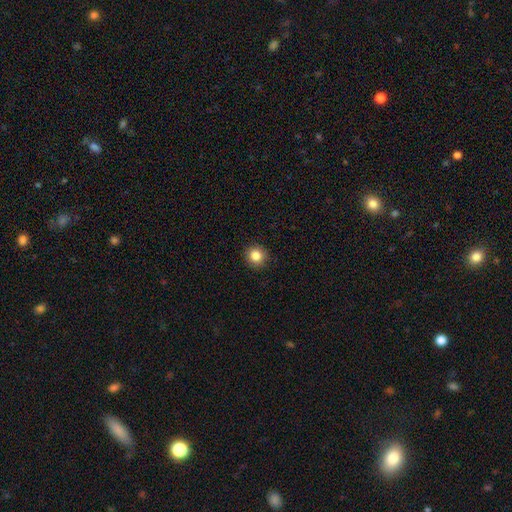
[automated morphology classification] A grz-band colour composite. It shows a smooth galaxy with no disk features (84%) that is round (94%). Merging: none (92%).